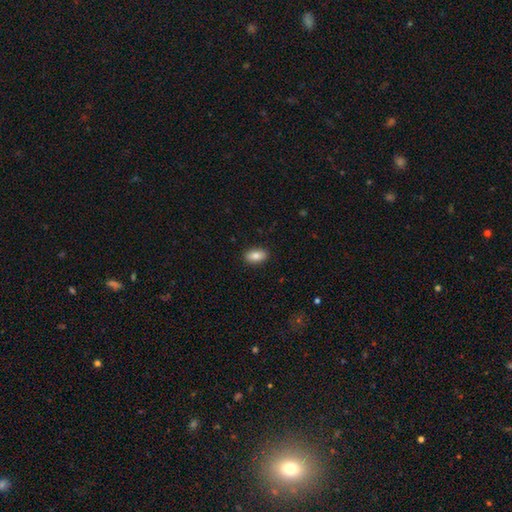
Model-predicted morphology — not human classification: Overall: smooth (83%). How rounded: in between (90%). Merging: none (89%).